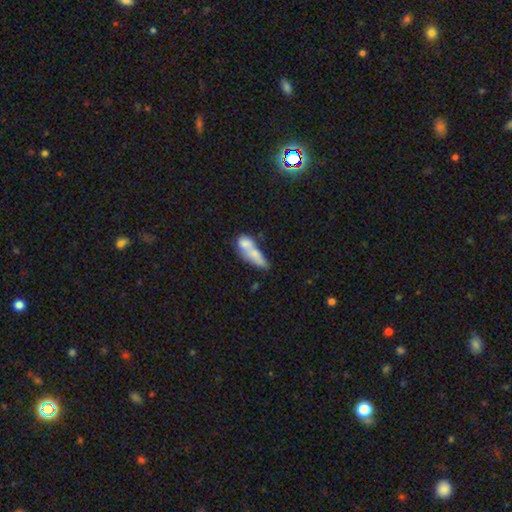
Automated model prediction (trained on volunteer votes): Smooth or featured? Predicted: smooth (p=0.66). How rounded? Predicted: in between (p=0.58). Merging? Predicted: merger (p=0.54).